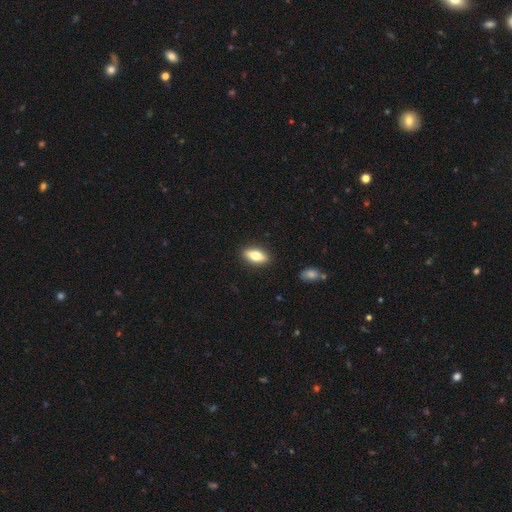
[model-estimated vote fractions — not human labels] A smooth galaxy with no disk features (66%) that is in between round and cigar-shaped (79%).

Vote fractions:
- Smooth or featured? smooth: 66% / featured or disk: 27% / star or artifact: 7%
- How rounded? in between: 79% / cigar-shaped: 16% / round: 4%
- Merging? none: 89% / minor disturbance: 8% / major disturbance: 2% / merger: 1%